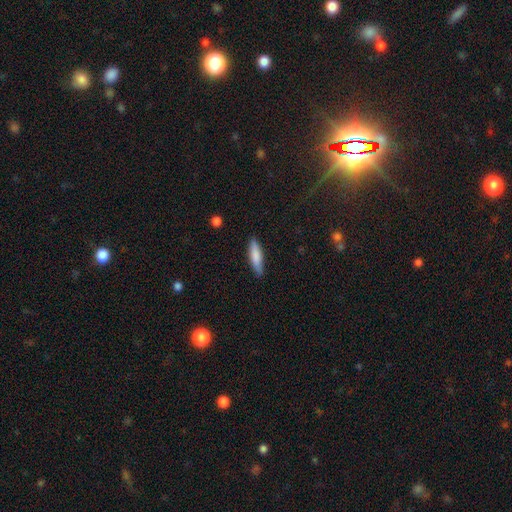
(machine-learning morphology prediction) The model was most divided on "how rounded": cigar-shaped: 73%, in between: 25%, round: 2%. More confident: merging — none (86%); smooth or featured — smooth (79%).